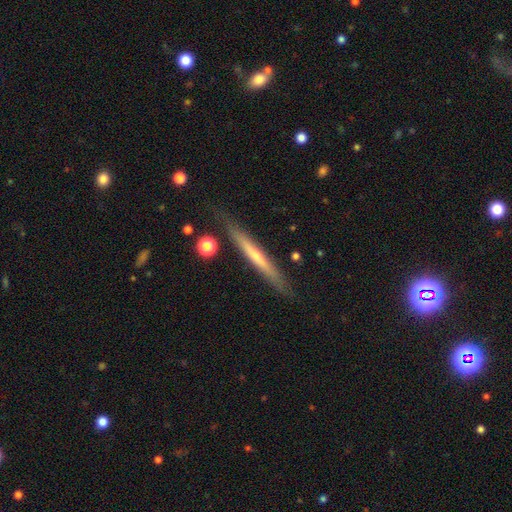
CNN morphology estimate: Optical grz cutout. It shows a featured or disk galaxy (59%) viewed edge-on (95%) with no central bulge (54%). Merging: none (83%).